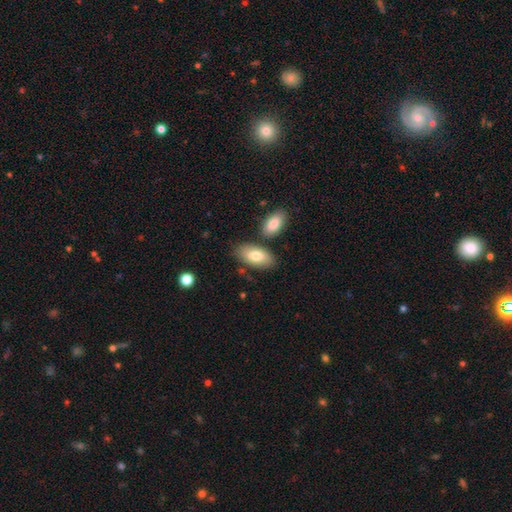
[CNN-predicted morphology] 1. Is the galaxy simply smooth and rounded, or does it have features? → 78% smooth, 16% featured or disk, 6% star or artifact.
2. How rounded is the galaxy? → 93% in between, 4% cigar-shaped, 3% round.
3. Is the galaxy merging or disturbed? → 74% none, 13% minor disturbance, 11% merger, 3% major disturbance.